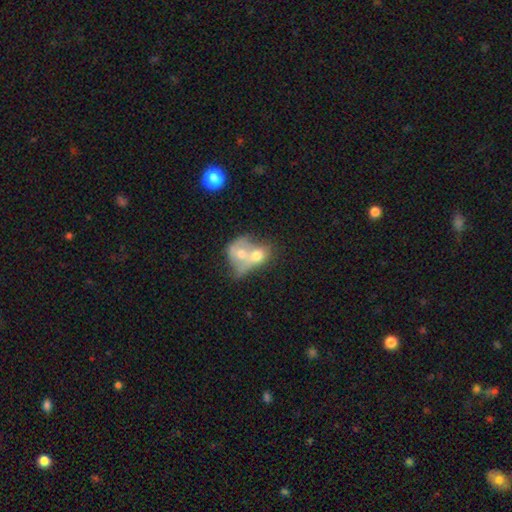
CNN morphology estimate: Q: Smooth or featured?
A: featured or disk (47%); runner-up: smooth (41%)
Q: Merging?
A: merger (72%); runner-up: none (16%)